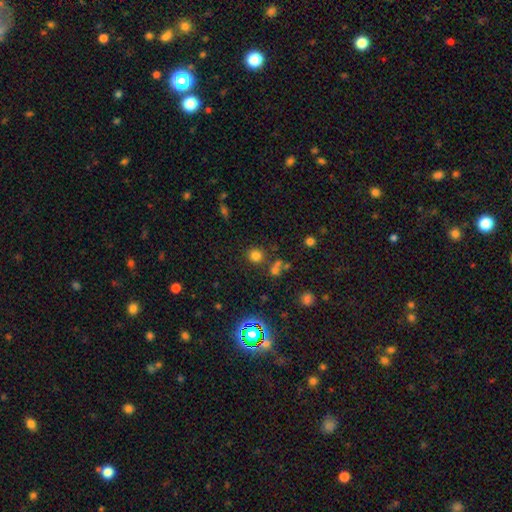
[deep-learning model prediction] smooth_or_featured: smooth (p=0.71) [alt: star or artifact p=0.22]
how_rounded: round (p=0.91) [alt: in between p=0.08]
merging: none (p=0.78) [alt: merger p=0.11]